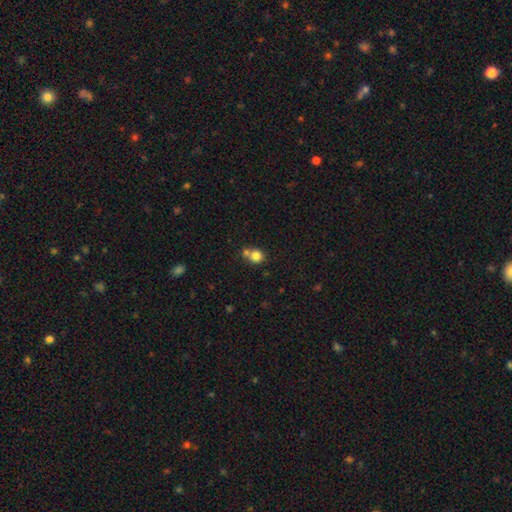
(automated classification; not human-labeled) Smooth or featured: smooth — 80% (star or artifact — 11%)
How rounded: round — 84% (in between — 15%)
Merging: none — 50% (merger — 38%)